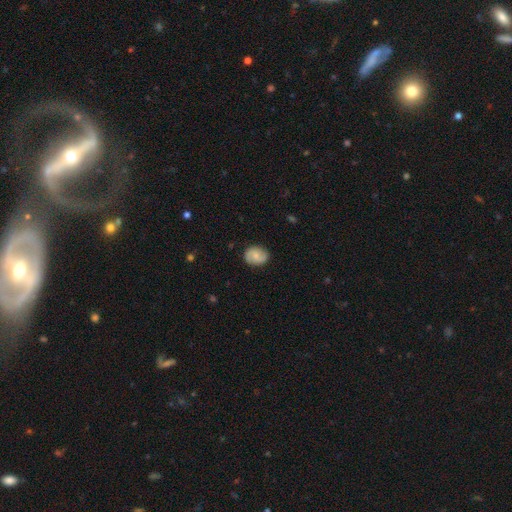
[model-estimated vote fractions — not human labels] This appears to be a smooth galaxy with no disk features (49%). Merging: none (83%).